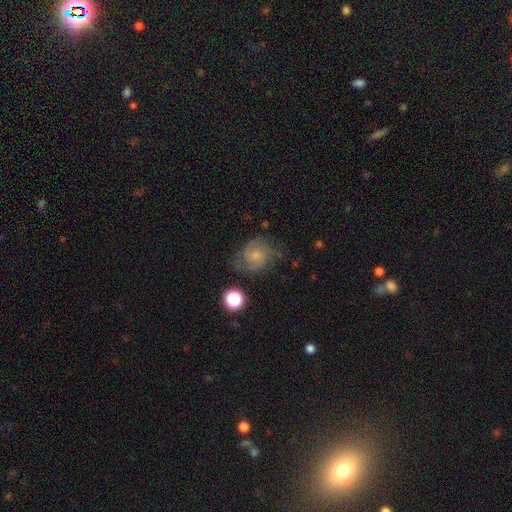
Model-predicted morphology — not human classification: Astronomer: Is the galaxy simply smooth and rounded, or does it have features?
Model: featured or disk — 56% (runner-up: smooth, 33%).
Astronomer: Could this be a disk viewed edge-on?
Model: no — 98%.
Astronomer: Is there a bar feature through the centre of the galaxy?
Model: no — 74%.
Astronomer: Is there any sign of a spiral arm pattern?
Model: yes — 88%.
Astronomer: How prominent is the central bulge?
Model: small — 58%.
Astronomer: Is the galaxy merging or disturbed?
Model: none — 59%.